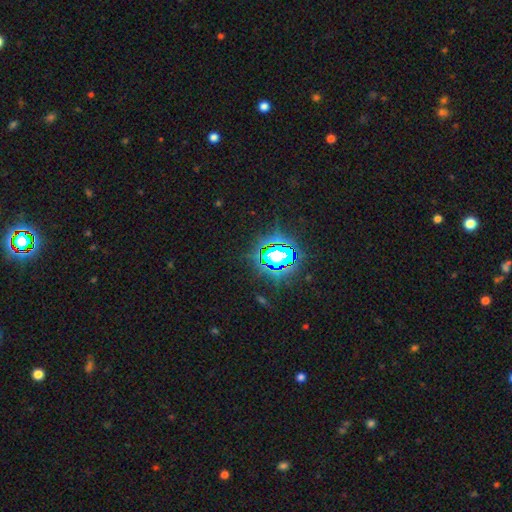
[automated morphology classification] Overall: star or artifact (81%).